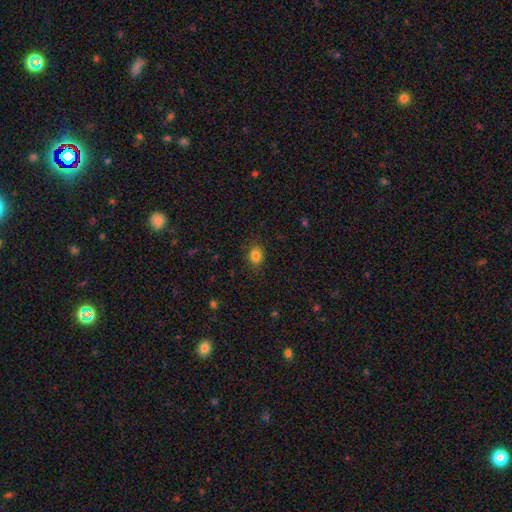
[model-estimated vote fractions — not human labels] This is clearly a smooth galaxy (83%). How rounded: possibly in between (52%). Merging: clearly none (84%).